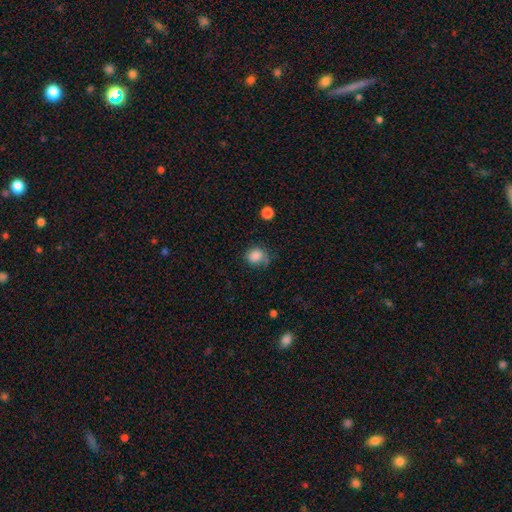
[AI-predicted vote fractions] A smooth galaxy with no disk features (84%) that is round (63%).

Vote fractions:
- Smooth or featured? smooth: 84% / star or artifact: 10% / featured or disk: 6%
- How rounded? round: 63% / in between: 36% / cigar-shaped: 1%
- Merging? none: 56% / minor disturbance: 29% / major disturbance: 11% / merger: 3%